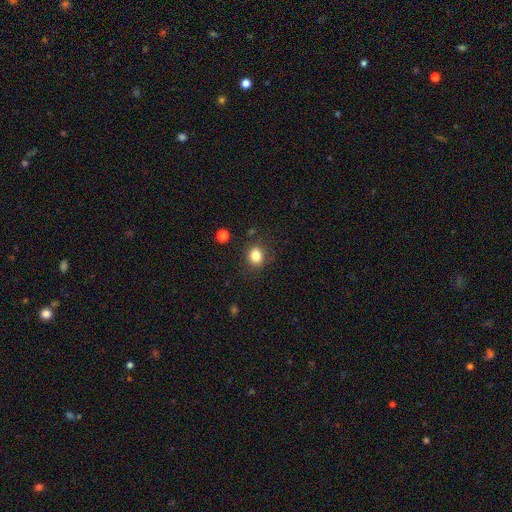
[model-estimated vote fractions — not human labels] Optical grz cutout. It shows a smooth galaxy with no disk features (83%) that is round (62%). Merging: none (85%).